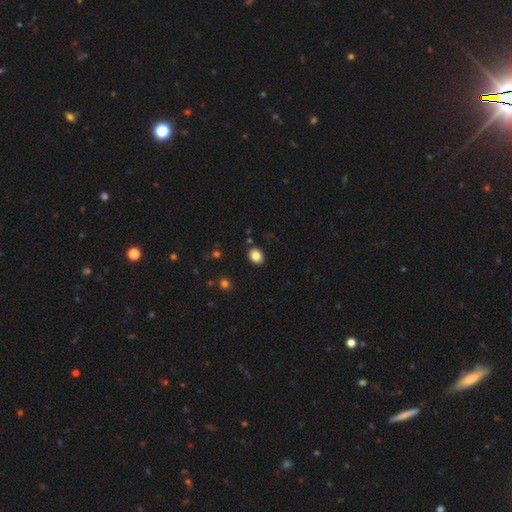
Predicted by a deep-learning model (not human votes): Smooth or featured: smooth — 84% (star or artifact — 10%)
How rounded: in between — 59% (round — 40%)
Merging: none — 87% (minor disturbance — 9%)